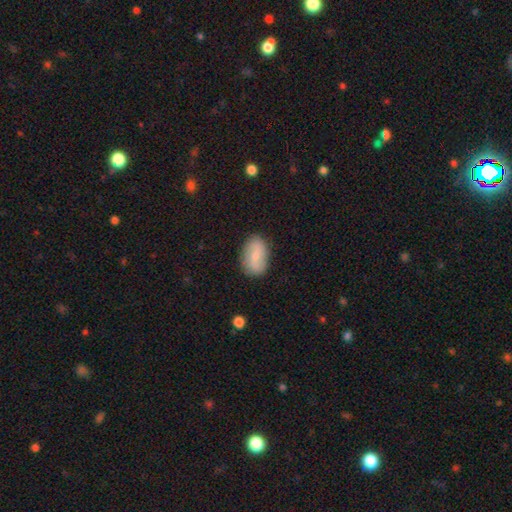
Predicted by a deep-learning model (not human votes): Q: Smooth or featured?
A: smooth (62%); runner-up: featured or disk (31%)
Q: How rounded?
A: in between (88%); runner-up: round (10%)
Q: Merging?
A: none (83%); runner-up: minor disturbance (13%)